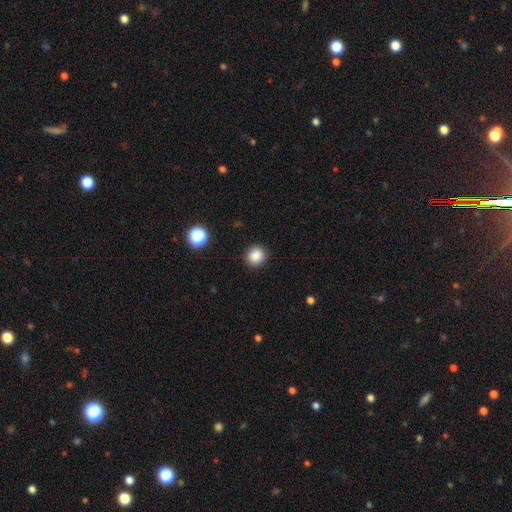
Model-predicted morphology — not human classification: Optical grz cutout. It shows a smooth galaxy with no disk features (86%) that is round (89%). Merging: none (90%).